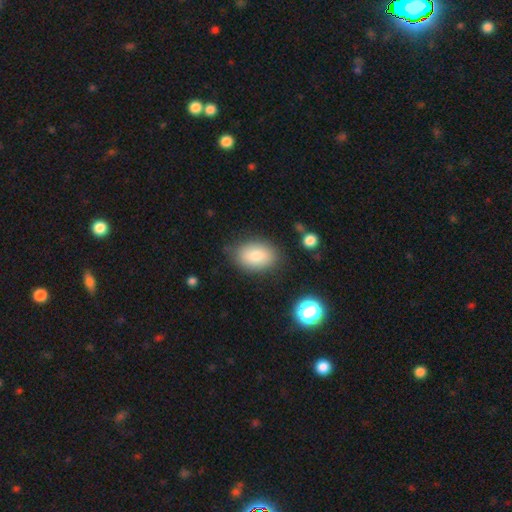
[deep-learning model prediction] The model was most divided on "how rounded": in between: 81%, round: 17%, cigar-shaped: 1%. More confident: smooth or featured — smooth (82%); merging — none (81%).